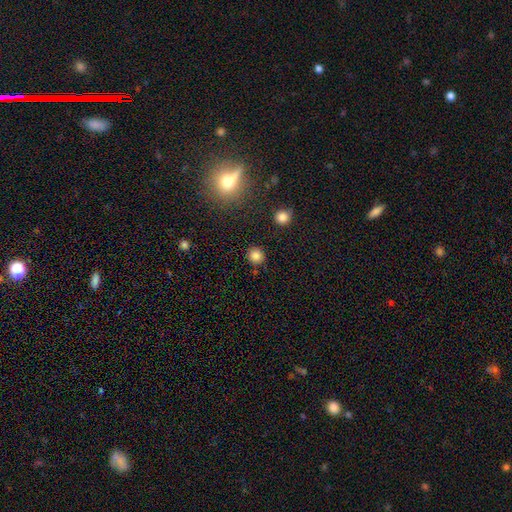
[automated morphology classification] type=smooth (83%); roundness=round (92%); merging=none (89%).